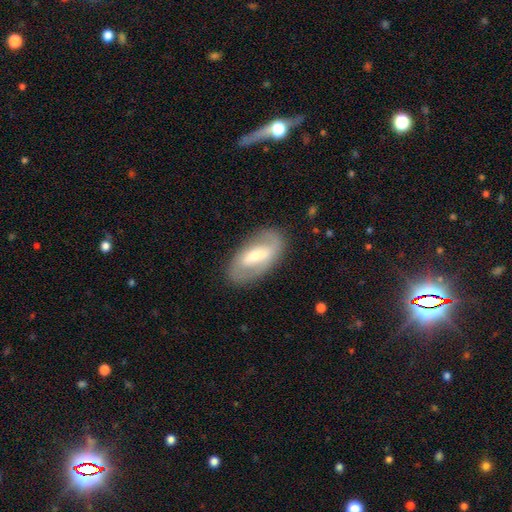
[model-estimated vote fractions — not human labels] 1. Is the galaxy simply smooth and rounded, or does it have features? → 63% featured or disk, 31% smooth, 6% star or artifact.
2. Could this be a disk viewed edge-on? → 91% no, 9% yes.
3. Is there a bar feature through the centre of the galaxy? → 43% strong, 39% weak, 18% no.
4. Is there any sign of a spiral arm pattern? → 62% yes, 38% no.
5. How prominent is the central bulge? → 50% moderate, 39% small, 8% large, 2% none, 1% dominant.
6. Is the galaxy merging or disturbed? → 82% none, 12% minor disturbance, 5% major disturbance, 1% merger.